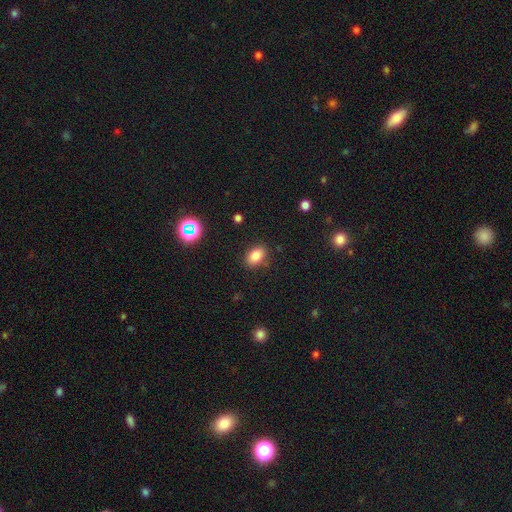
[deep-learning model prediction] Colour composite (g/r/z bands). It shows a smooth galaxy with no disk features (82%) that is in between round and cigar-shaped (83%). Merging: none (85%).